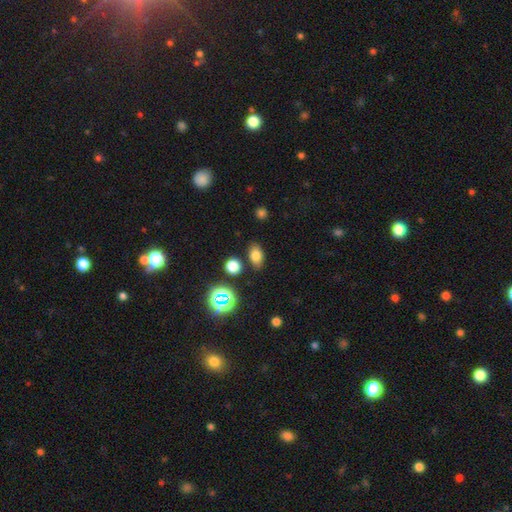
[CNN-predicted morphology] The model was most divided on "smooth or featured": smooth: 74%, star or artifact: 16%, featured or disk: 10%. More confident: how rounded — in between (83%); merging — none (82%).